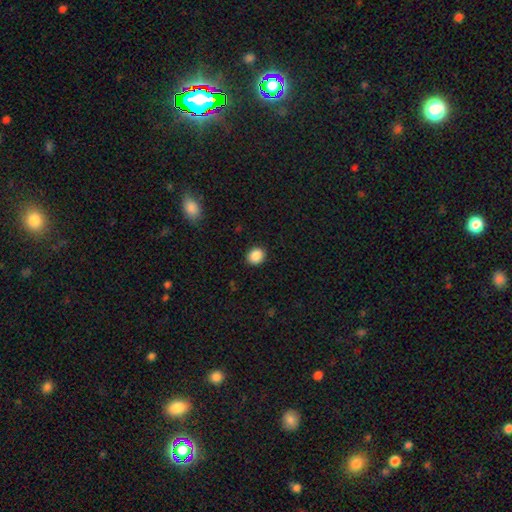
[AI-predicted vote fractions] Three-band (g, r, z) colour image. It shows a smooth galaxy with no disk features (88%) that is round (71%). Merging: none (90%).